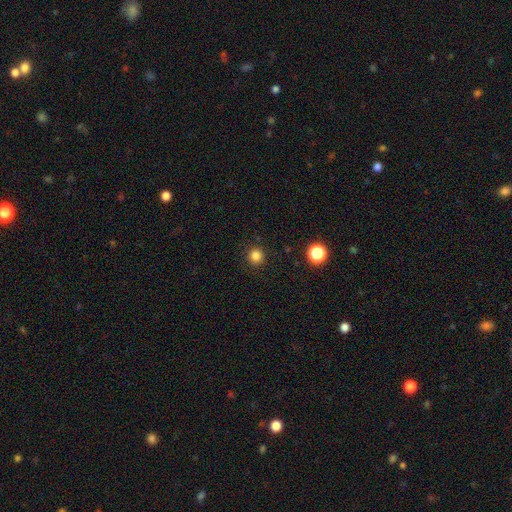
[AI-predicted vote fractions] smooth-or-featured: smooth: 83% | star or artifact: 14% | featured or disk: 4%
  how-rounded: round: 95% | in between: 4% | cigar-shaped: 1%
  merging: none: 92% | minor disturbance: 5% | major disturbance: 2% | merger: 1%